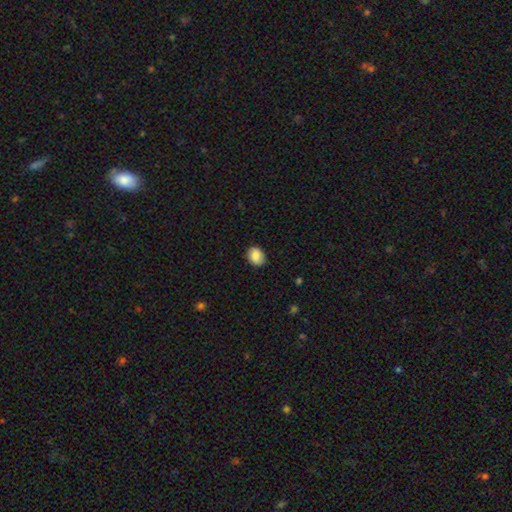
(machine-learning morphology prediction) Q: Smooth or featured?
A: smooth (86%); runner-up: star or artifact (8%)
Q: How rounded?
A: in between (58%); runner-up: round (41%)
Q: Merging?
A: none (87%); runner-up: minor disturbance (10%)